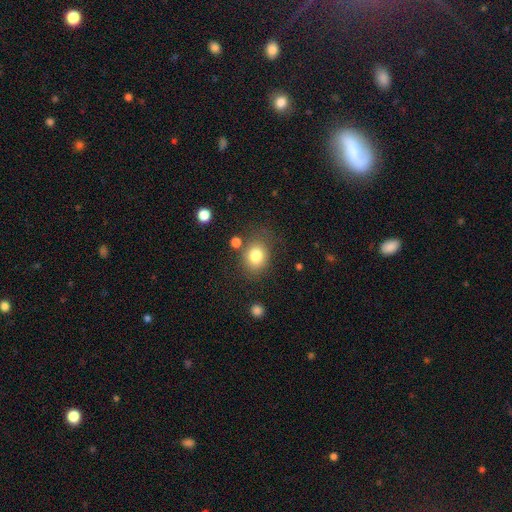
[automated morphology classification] This is clearly a smooth galaxy (80%). How rounded: likely round (60%). Merging: likely none (73%).